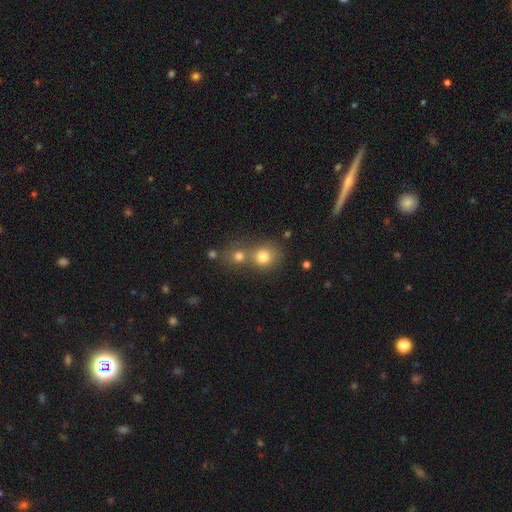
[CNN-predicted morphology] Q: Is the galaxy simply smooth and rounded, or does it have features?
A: smooth — 54%.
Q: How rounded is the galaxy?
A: round — 80%.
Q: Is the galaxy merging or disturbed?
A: none — 59%.